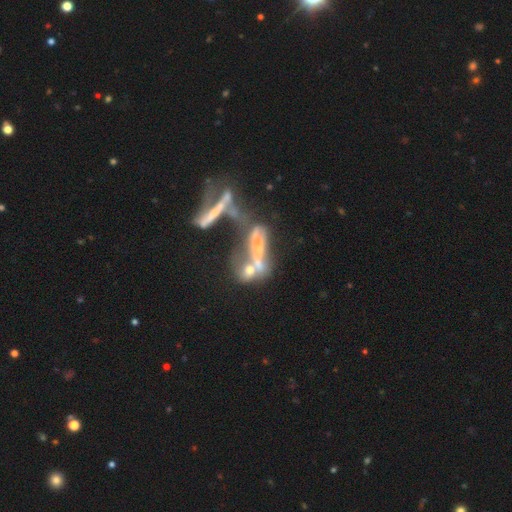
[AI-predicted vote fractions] Smooth or featured? Predicted: featured or disk (p=0.59). Edge-on disk? Predicted: no (p=0.74). Merging? Predicted: merger (p=0.66).